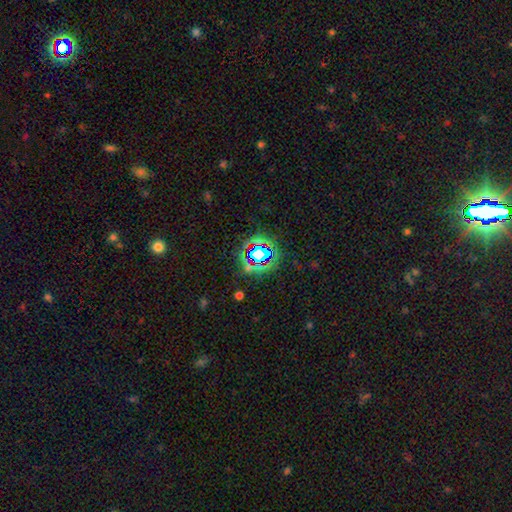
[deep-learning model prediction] Smooth or featured? Predicted: star or artifact (p=0.65).